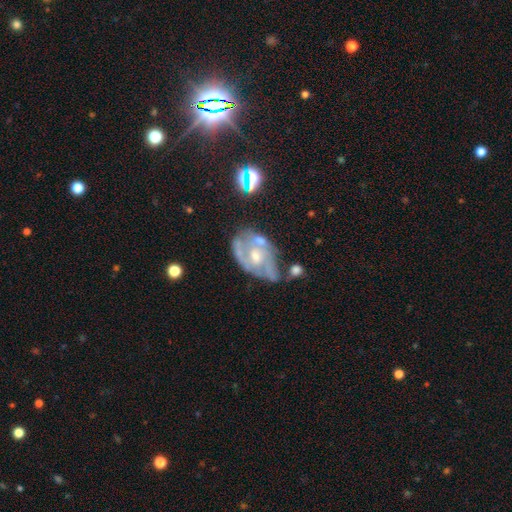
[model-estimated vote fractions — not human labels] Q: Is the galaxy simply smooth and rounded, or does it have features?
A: featured or disk — 73%.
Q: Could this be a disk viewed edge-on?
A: no — 96%.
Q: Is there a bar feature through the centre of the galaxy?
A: no — 73%.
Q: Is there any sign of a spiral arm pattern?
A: yes — 59%.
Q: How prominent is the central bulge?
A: moderate — 54%.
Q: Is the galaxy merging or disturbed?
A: none — 36%.